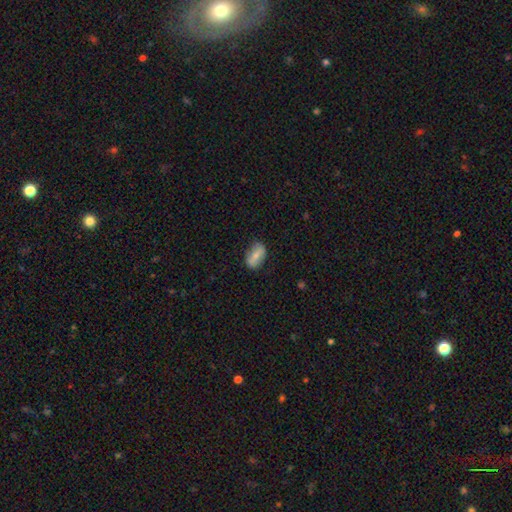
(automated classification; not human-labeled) Smooth or featured? Predicted: smooth (p=0.60). How rounded? Predicted: in between (p=0.87). Merging? Predicted: none (p=0.75).